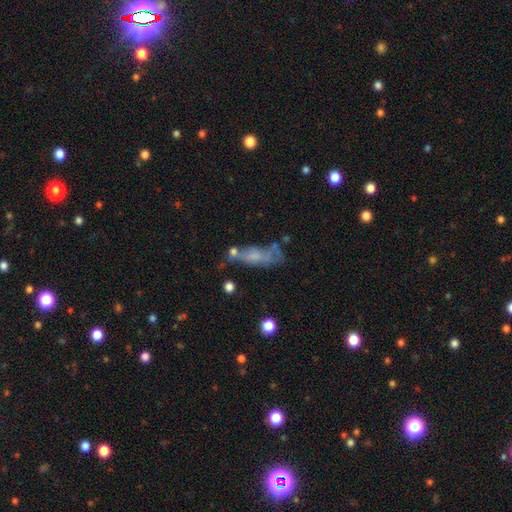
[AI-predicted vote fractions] This appears to be a smooth galaxy with no disk features (46%). Merging: none (34%).